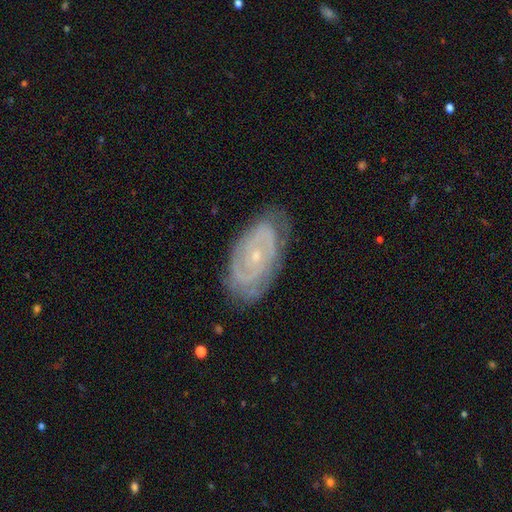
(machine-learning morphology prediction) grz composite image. It shows a featured or disk galaxy (80%) with no bar (73%), 2 (41%) tight (70%) spiral arms (90%) and a small central bulge (81%). Merging: none (77%).